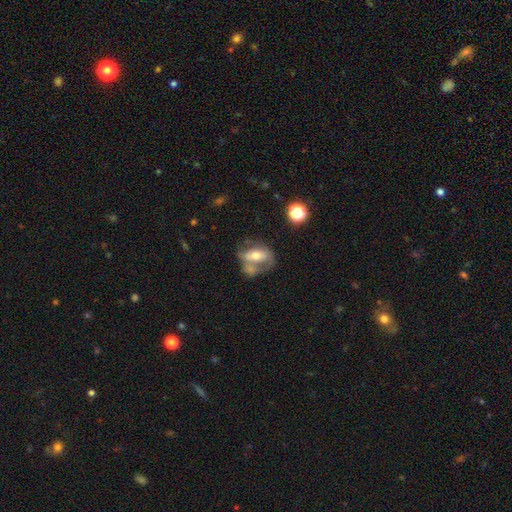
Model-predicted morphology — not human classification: Smooth or featured: featured or disk — 54% (smooth — 37%)
Edge-on disk: no — 88% (yes — 12%)
Merging: merger — 35% (none — 32%)